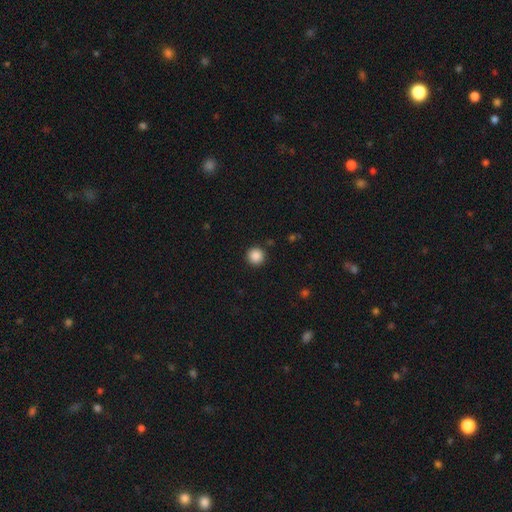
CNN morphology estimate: Overall: smooth (87%). How rounded: round (95%). Merging: none (91%).